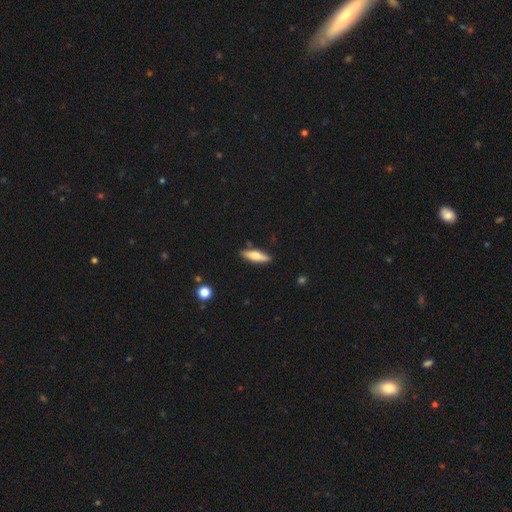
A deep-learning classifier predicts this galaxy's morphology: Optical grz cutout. It shows a smooth galaxy with no disk features (65%) that is cigar-shaped (56%). Merging: none (86%).